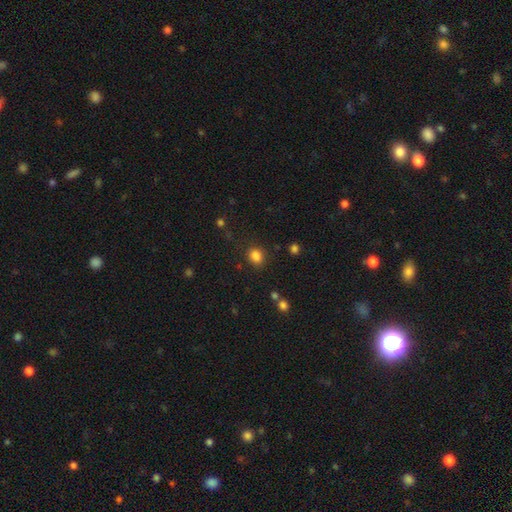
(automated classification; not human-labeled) The model was most divided on "how rounded": round: 56%, in between: 43%, cigar-shaped: 1%. More confident: smooth or featured — smooth (84%); merging — none (81%).